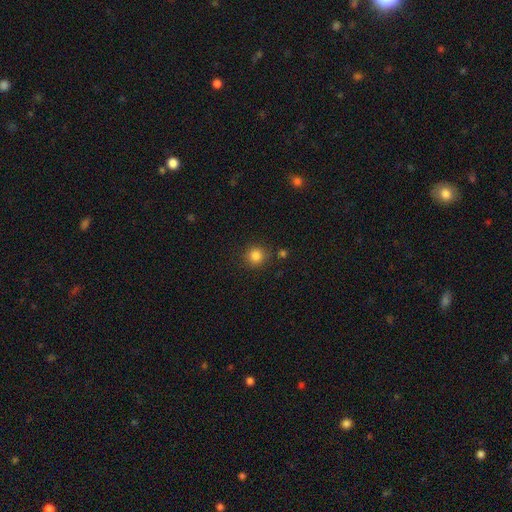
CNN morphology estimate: smooth_or_featured: smooth (p=0.84) [alt: star or artifact p=0.12]
how_rounded: round (p=0.91) [alt: in between p=0.08]
merging: none (p=0.85) [alt: minor disturbance p=0.09]